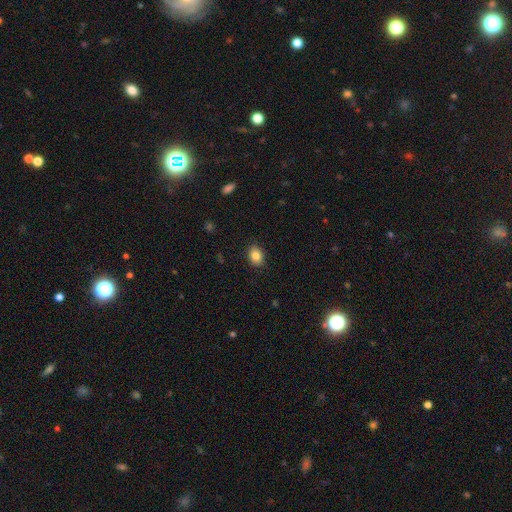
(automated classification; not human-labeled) Overall: smooth (85%). How rounded: in between (73%). Merging: none (88%).